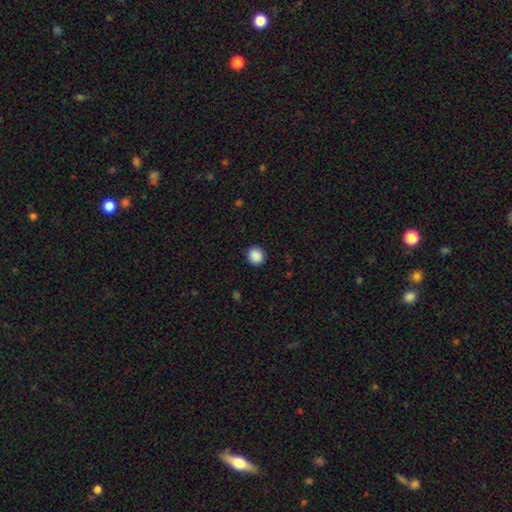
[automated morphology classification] Smooth or featured? Predicted: smooth (p=0.89). How rounded? Predicted: round (p=0.86). Merging? Predicted: none (p=0.91).